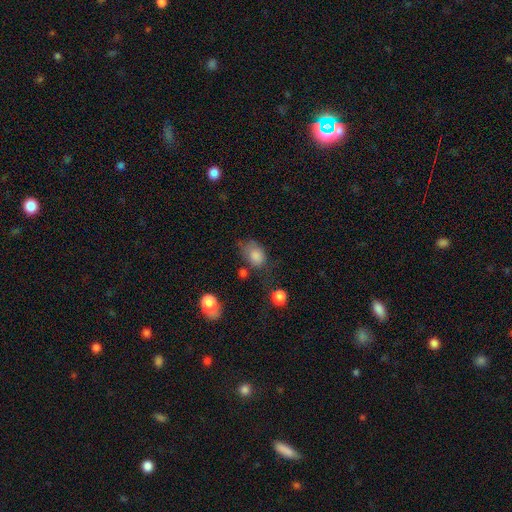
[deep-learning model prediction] Smooth or featured?
  - smooth: 80% *
  - star or artifact: 11%
  - featured or disk: 9%
How rounded?
  - in between: 71% *
  - round: 27%
  - cigar-shaped: 1%
Merging?
  - none: 40% *
  - minor disturbance: 31%
  - major disturbance: 21%
  - merger: 8%